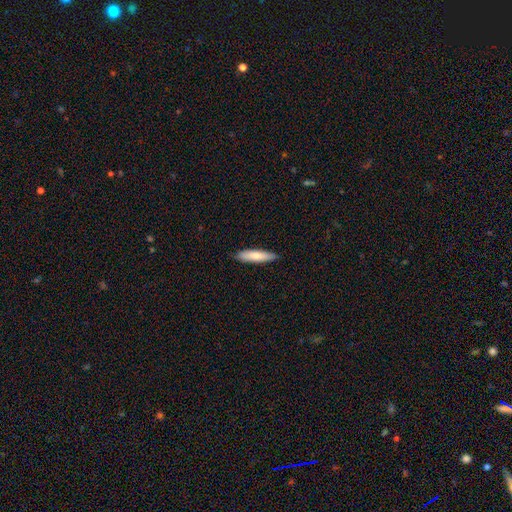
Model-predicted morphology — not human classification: This appears to be a smooth galaxy with no disk features (78%) that is cigar-shaped (79%). Merging: none (87%).